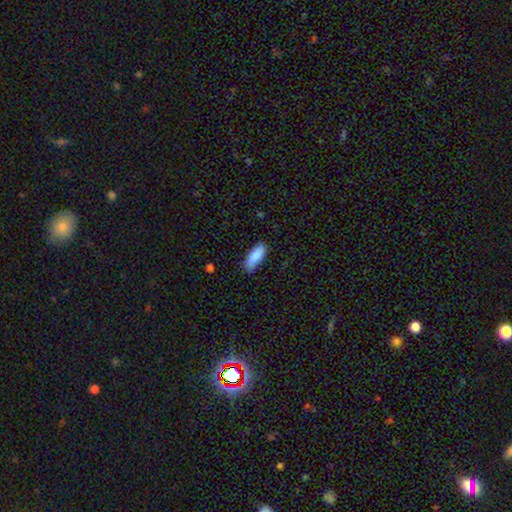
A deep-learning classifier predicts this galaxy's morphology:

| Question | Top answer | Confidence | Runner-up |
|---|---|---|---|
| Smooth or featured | smooth | 88% | featured or disk (6%) |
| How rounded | in between | 76% | cigar-shaped (22%) |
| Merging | none | 76% | minor disturbance (20%) |